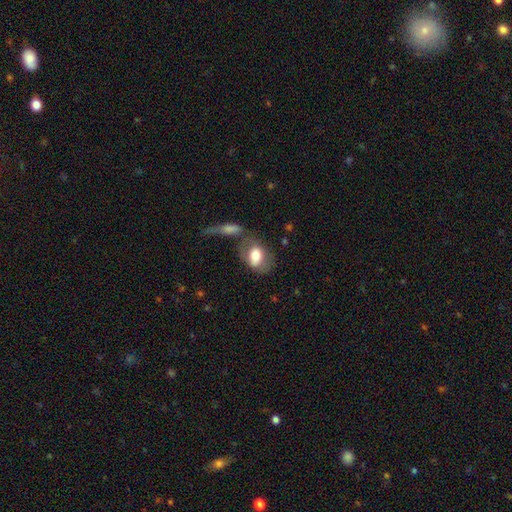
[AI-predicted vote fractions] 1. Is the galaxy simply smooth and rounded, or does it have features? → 70% smooth, 24% featured or disk, 7% star or artifact.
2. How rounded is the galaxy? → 78% in between, 19% round, 2% cigar-shaped.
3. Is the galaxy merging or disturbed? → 49% none, 19% merger, 19% minor disturbance, 13% major disturbance.